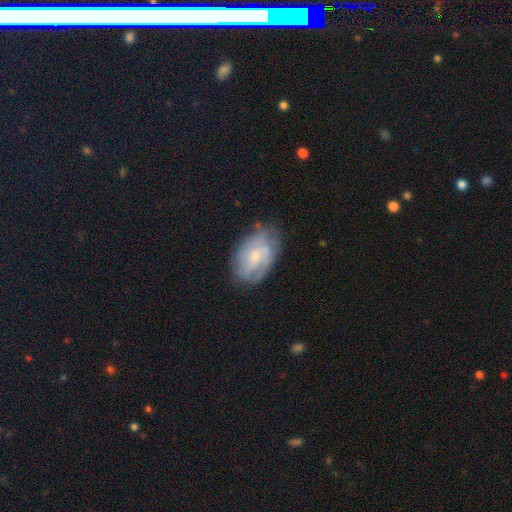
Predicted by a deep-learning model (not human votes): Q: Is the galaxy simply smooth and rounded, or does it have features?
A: featured or disk — 65%.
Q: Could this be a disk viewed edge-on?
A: no — 96%.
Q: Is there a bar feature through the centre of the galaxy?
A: no — 53%.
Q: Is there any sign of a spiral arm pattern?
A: yes — 82%.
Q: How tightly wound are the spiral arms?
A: tight — 48%.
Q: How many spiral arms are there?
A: can't tell — 42%.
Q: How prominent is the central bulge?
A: small — 50%.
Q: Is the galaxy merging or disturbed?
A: none — 67%.